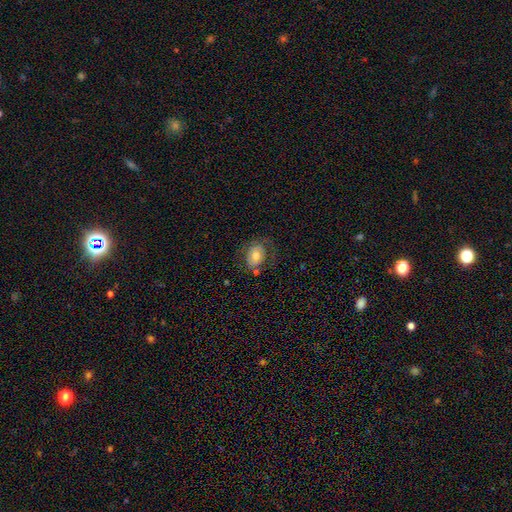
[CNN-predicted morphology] type=smooth (64%); roundness=in between (60%); merging=none (61%).